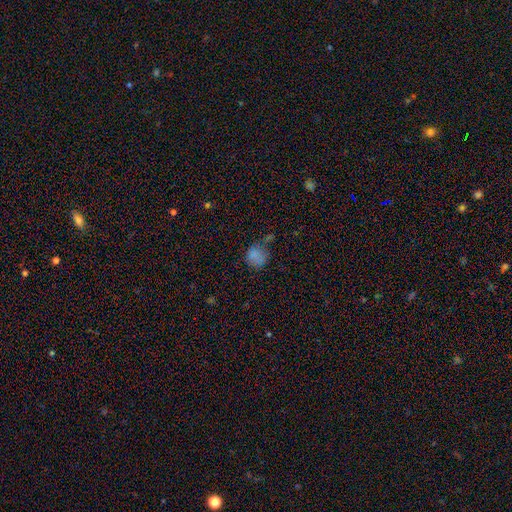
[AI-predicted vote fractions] A smooth galaxy with no disk features (74%) that is round (75%). Merging: none (47%).